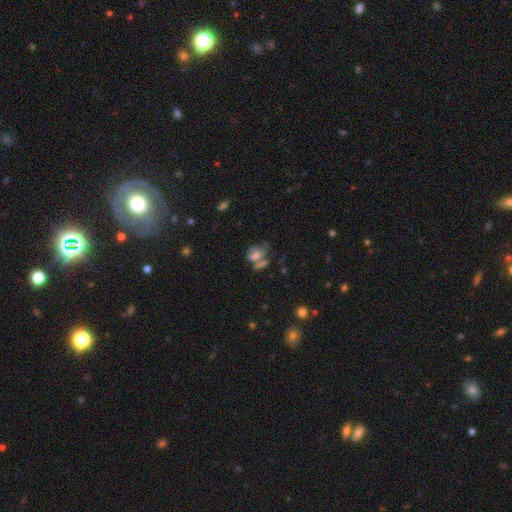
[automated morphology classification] Q: Smooth or featured?
A: smooth (58%); runner-up: featured or disk (26%)
Q: How rounded?
A: in between (58%); runner-up: round (39%)
Q: Merging?
A: none (36%); runner-up: merger (33%)